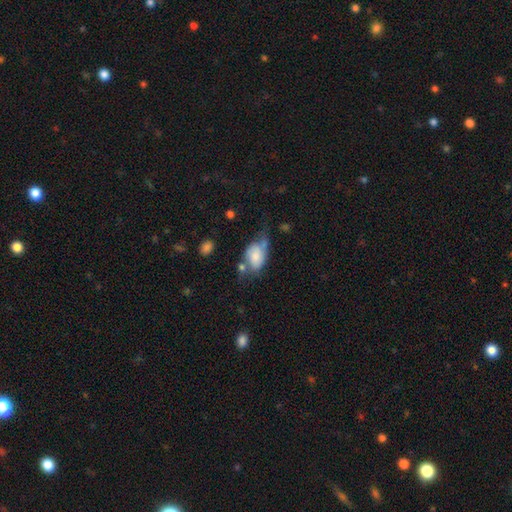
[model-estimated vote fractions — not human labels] A smooth galaxy with no disk features (61%) that is in between round and cigar-shaped (85%). Merging: minor disturbance (31%).